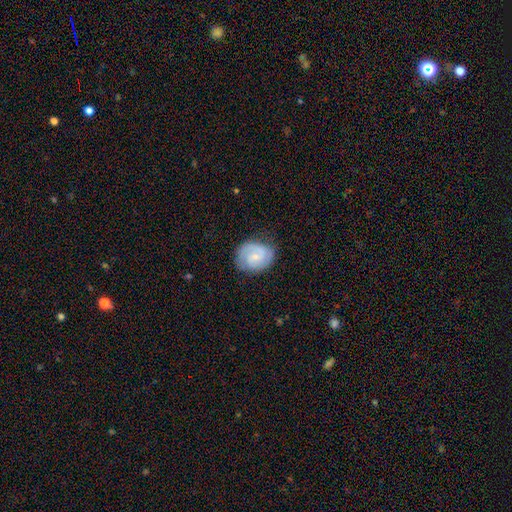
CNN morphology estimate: This appears to be a featured or disk galaxy (69%) with no bar (50%), 2 (73%) tight (49%) spiral arms (93%) and a small central bulge (68%). Merging: none (74%).